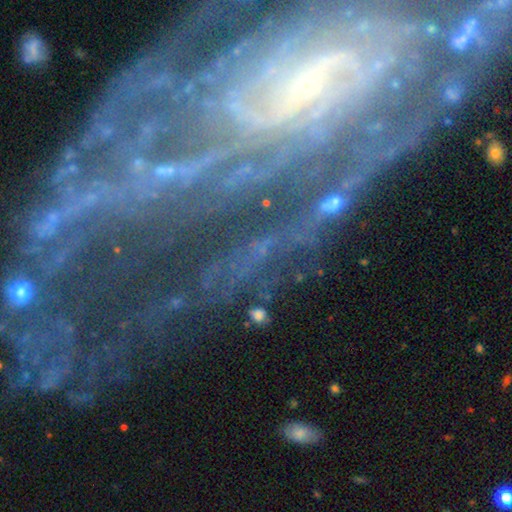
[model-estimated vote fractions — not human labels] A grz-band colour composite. It shows a featured or disk galaxy (54%). Merging: none (62%).